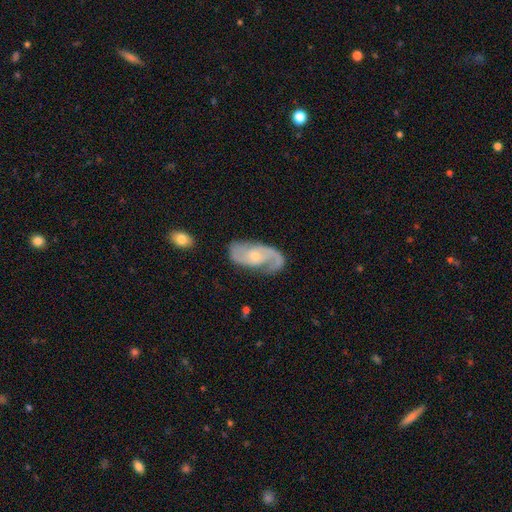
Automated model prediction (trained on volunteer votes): Overall: featured or disk (86%). Edge-on disk: no (96%). Bar: no (63%; weak 31%). Spiral arms: yes (96%). Spiral arm count: 2 (82%). Spiral winding: medium (50%; tight 27%). Bulge size: small (61%; moderate 33%). Merging: none (70%).